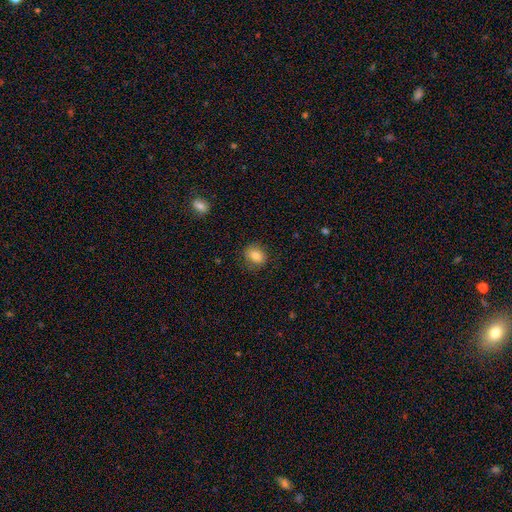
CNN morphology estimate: The model was most divided on "how rounded": in between: 53%, round: 46%, cigar-shaped: 1%. More confident: merging — none (83%); smooth or featured — smooth (82%).